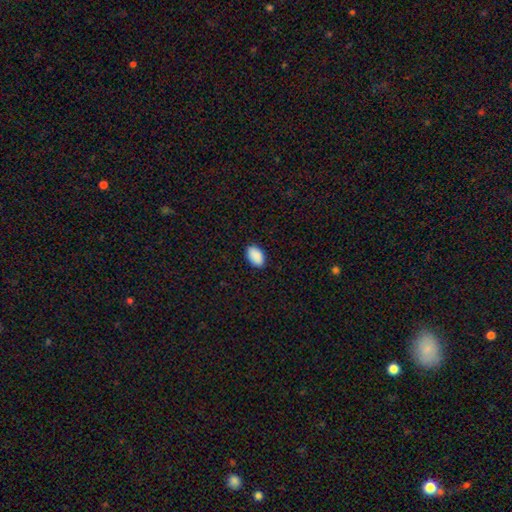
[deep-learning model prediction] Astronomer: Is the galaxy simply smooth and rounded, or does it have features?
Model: smooth — 91%.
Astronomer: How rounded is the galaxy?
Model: in between — 93%.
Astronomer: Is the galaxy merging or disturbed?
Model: none — 89%.